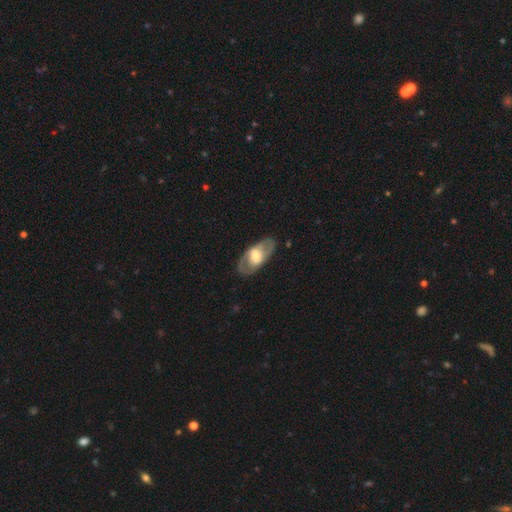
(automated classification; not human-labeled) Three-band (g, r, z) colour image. It shows a featured or disk galaxy (57%). Merging: none (79%).